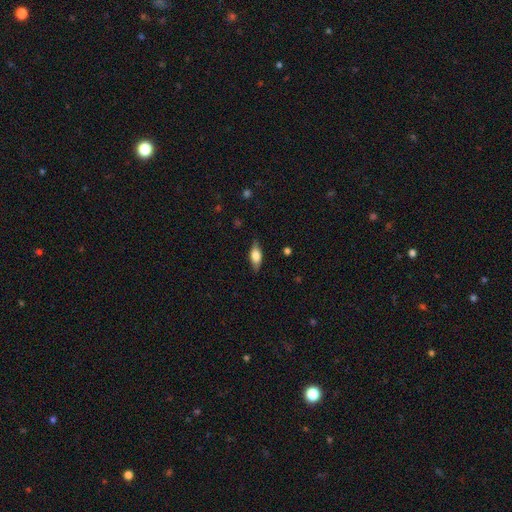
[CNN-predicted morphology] smooth-or-featured: smooth: 68% | featured or disk: 26% | star or artifact: 7%
  how-rounded: in between: 77% | cigar-shaped: 19% | round: 4%
  merging: none: 82% | minor disturbance: 14% | major disturbance: 3% | merger: 1%